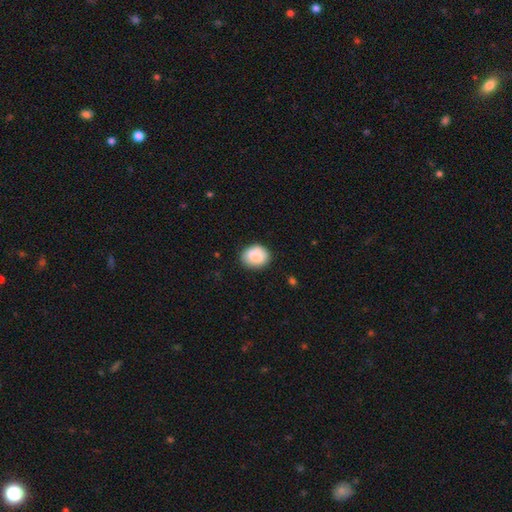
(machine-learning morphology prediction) Smooth or featured?
  - smooth: 84% *
  - featured or disk: 9%
  - star or artifact: 7%
How rounded?
  - round: 52% *
  - in between: 47%
  - cigar-shaped: 1%
Merging?
  - none: 81% *
  - minor disturbance: 14%
  - major disturbance: 3%
  - merger: 2%